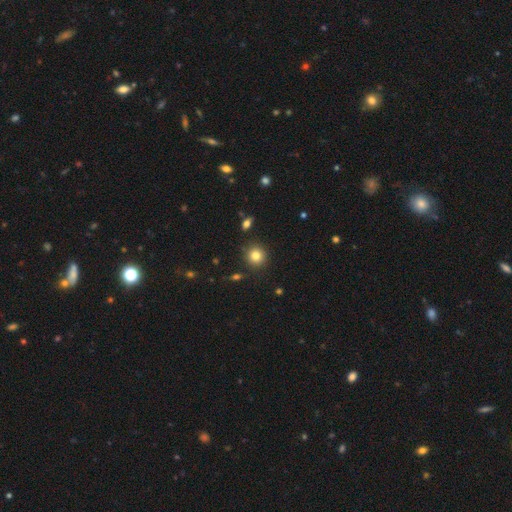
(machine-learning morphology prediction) Overall: smooth (82%). How rounded: round (92%). Merging: none (88%).